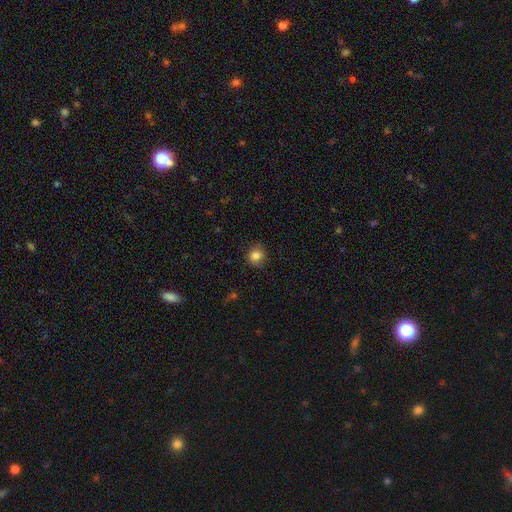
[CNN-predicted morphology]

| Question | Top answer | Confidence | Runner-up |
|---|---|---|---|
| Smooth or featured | smooth | 84% | star or artifact (11%) |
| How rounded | round | 86% | in between (13%) |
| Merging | none | 84% | minor disturbance (12%) |